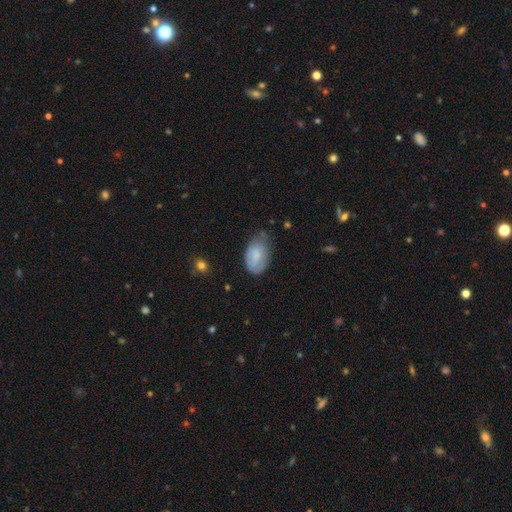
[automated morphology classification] Smooth or featured?
  - smooth: 70% *
  - featured or disk: 23%
  - star or artifact: 7%
How rounded?
  - in between: 92% *
  - round: 6%
  - cigar-shaped: 2%
Merging?
  - none: 47% *
  - minor disturbance: 39%
  - major disturbance: 11%
  - merger: 3%